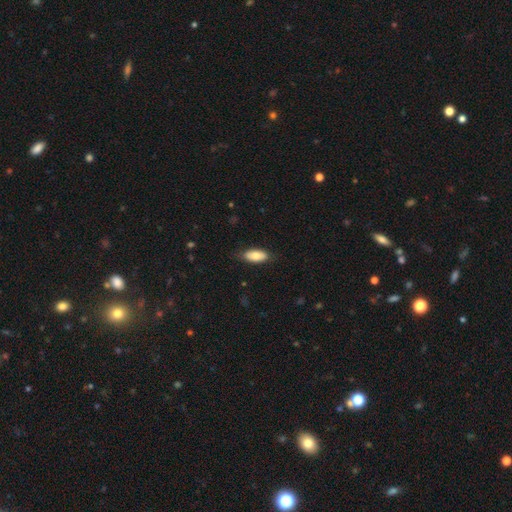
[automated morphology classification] type=smooth (78%); roundness=in between (88%); merging=none (79%).